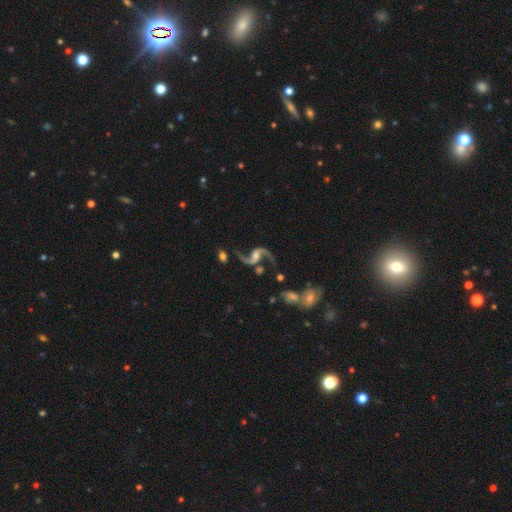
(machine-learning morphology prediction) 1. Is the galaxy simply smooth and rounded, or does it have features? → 92% featured or disk, 5% star or artifact, 3% smooth.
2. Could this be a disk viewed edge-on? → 97% no, 3% yes.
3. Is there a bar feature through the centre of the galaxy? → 48% no, 38% weak, 14% strong.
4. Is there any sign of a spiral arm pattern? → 98% yes, 2% no.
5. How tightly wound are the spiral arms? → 83% loose, 15% medium, 3% tight.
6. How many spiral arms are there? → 95% 2, 1% 1, 1% can't tell, 1% 3, 1% 4, 1% more than 4.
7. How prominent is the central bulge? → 40% moderate, 31% small, 16% none, 11% large, 2% dominant.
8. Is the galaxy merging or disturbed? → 75% none, 13% minor disturbance, 7% major disturbance, 5% merger.